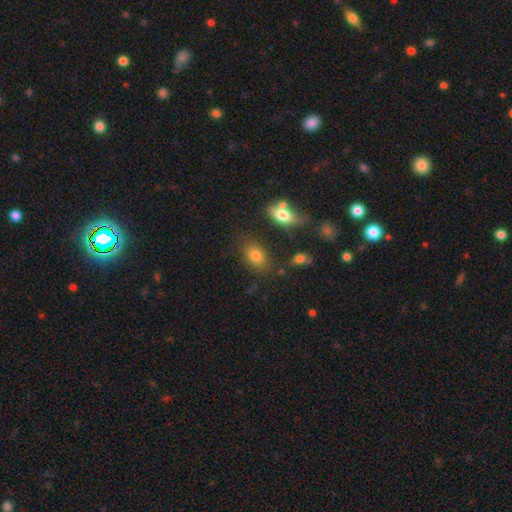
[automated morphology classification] A smooth galaxy with no disk features (78%) that is in between round and cigar-shaped (79%).

Vote fractions:
- Smooth or featured? smooth: 78% / star or artifact: 12% / featured or disk: 11%
- How rounded? in between: 79% / round: 18% / cigar-shaped: 2%
- Merging? none: 75% / minor disturbance: 14% / merger: 7% / major disturbance: 5%